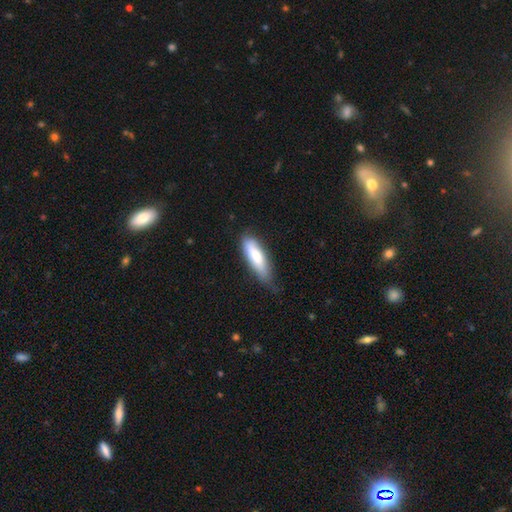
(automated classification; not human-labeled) Smooth or featured? Predicted: smooth (p=0.77). How rounded? Predicted: cigar-shaped (p=0.53). Merging? Predicted: none (p=0.58).